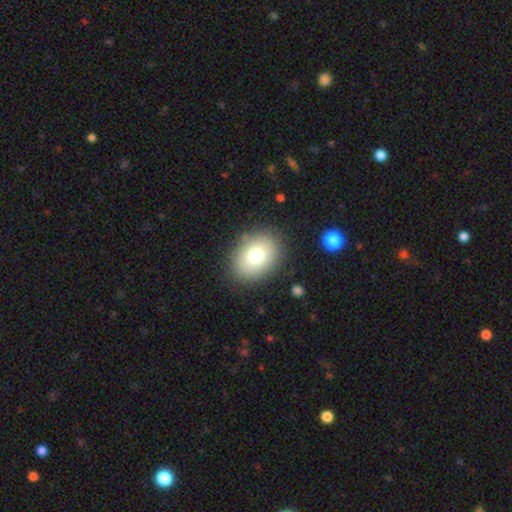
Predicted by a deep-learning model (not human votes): A smooth galaxy with no disk features (75%) that is in between round and cigar-shaped (61%). Merging: none (86%).